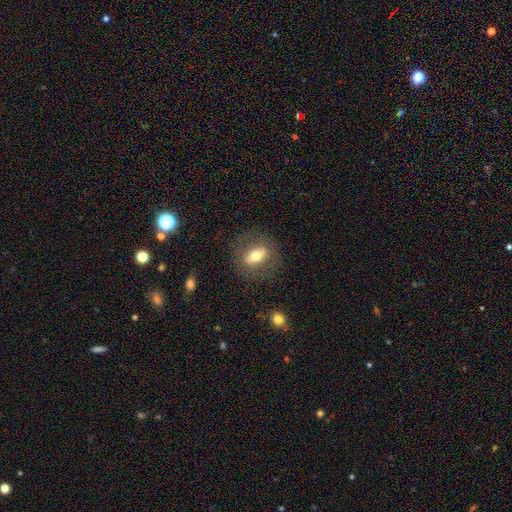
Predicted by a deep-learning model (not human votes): A smooth galaxy with no disk features (49%).

Vote fractions:
- Smooth or featured? smooth: 49% / featured or disk: 42% / star or artifact: 8%
- Merging? none: 81% / minor disturbance: 11% / major disturbance: 7% / merger: 1%